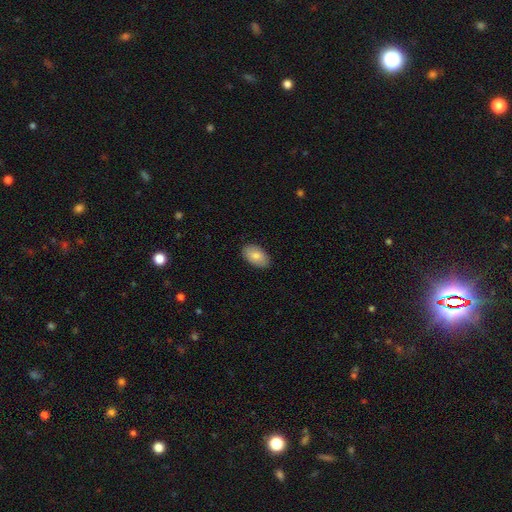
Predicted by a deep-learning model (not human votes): Smooth or featured? Predicted: smooth (p=0.81). How rounded? Predicted: in between (p=0.94). Merging? Predicted: none (p=0.88).